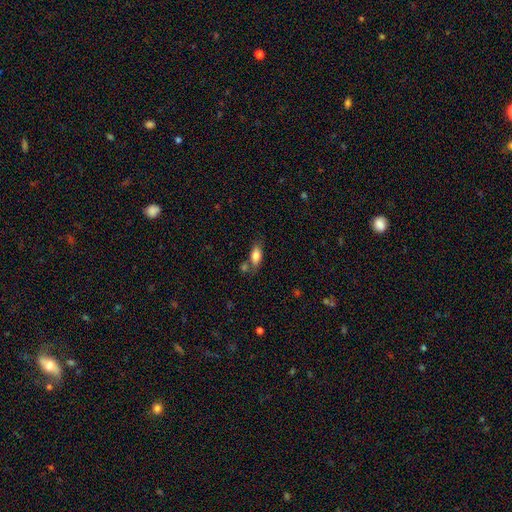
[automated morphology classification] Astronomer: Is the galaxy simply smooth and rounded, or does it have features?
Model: smooth — 80%.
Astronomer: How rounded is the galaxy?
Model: in between — 84%.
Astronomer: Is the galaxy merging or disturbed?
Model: none — 60%.